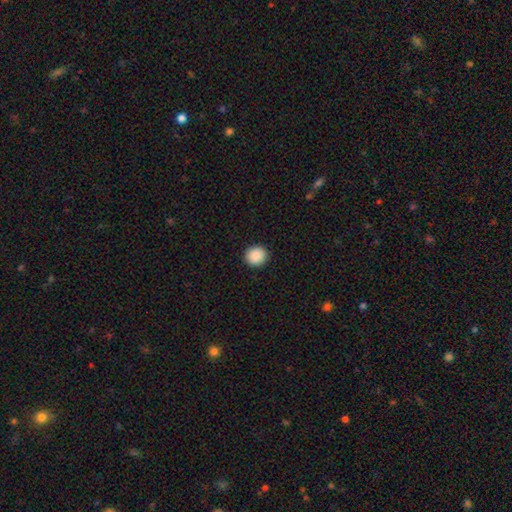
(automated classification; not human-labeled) This appears to be a smooth galaxy with no disk features (89%) that is round (90%). Merging: none (92%).